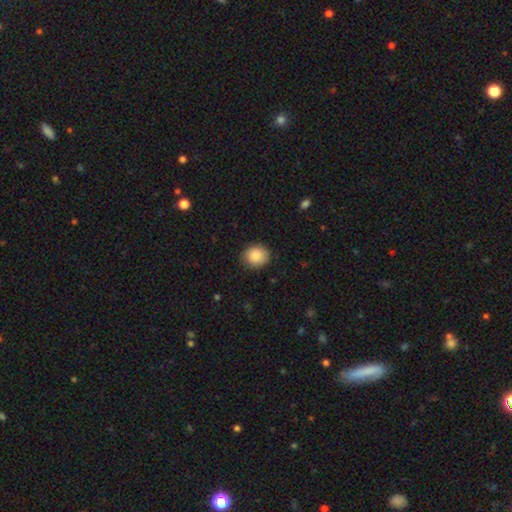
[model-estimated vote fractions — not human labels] A smooth galaxy with no disk features (88%) that is round (76%).

Vote fractions:
- Smooth or featured? smooth: 88% / star or artifact: 8% / featured or disk: 5%
- How rounded? round: 76% / in between: 23% / cigar-shaped: 1%
- Merging? none: 87% / minor disturbance: 10% / major disturbance: 2% / merger: 1%